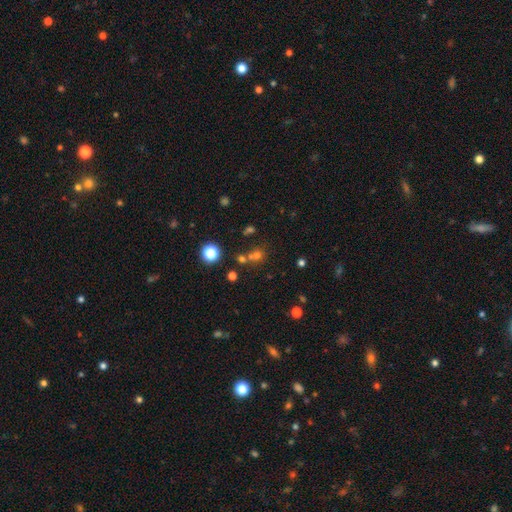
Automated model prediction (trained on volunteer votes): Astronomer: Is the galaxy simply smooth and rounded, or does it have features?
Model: smooth — 57% (runner-up: star or artifact, 33%).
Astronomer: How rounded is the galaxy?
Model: round — 84%.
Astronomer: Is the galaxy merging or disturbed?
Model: none — 58%.